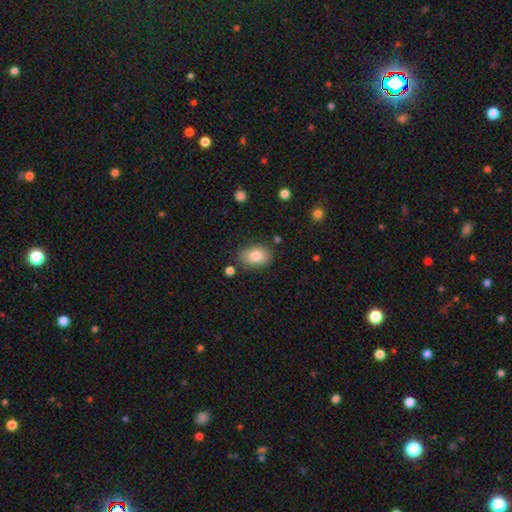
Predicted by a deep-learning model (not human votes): Q: Smooth or featured?
A: smooth (82%); runner-up: featured or disk (10%)
Q: How rounded?
A: in between (82%); runner-up: round (17%)
Q: Merging?
A: none (80%); runner-up: minor disturbance (14%)